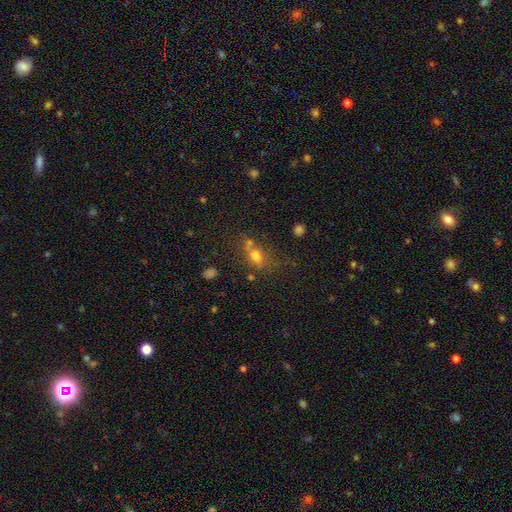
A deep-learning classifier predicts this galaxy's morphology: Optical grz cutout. It shows a smooth galaxy with no disk features (68%) that is in between round and cigar-shaped (51%). Merging: none (42%).